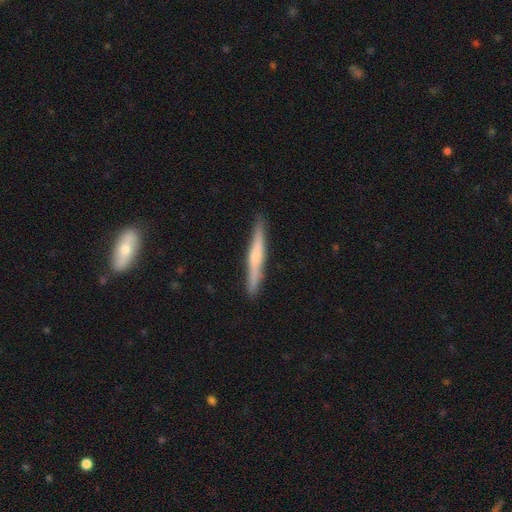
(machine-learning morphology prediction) A featured or disk galaxy (48%).

Vote fractions:
- Smooth or featured? featured or disk: 48% / smooth: 46% / star or artifact: 6%
- Merging? none: 90% / minor disturbance: 7% / major disturbance: 1% / merger: 1%